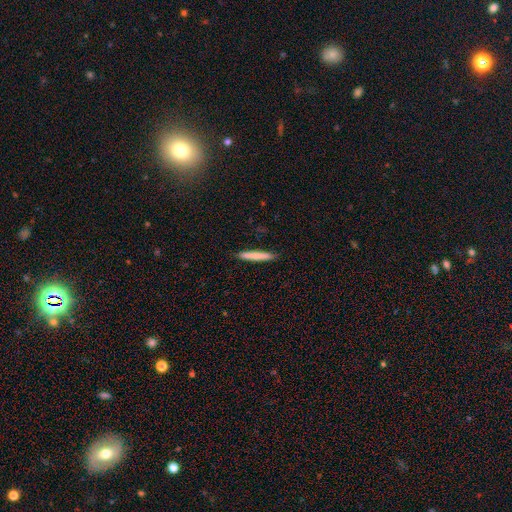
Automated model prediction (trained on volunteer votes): Smooth or featured?
  - smooth: 77% *
  - featured or disk: 18%
  - star or artifact: 6%
How rounded?
  - cigar-shaped: 96% *
  - in between: 3%
  - round: 1%
Merging?
  - none: 91% *
  - minor disturbance: 7%
  - major disturbance: 1%
  - merger: 1%